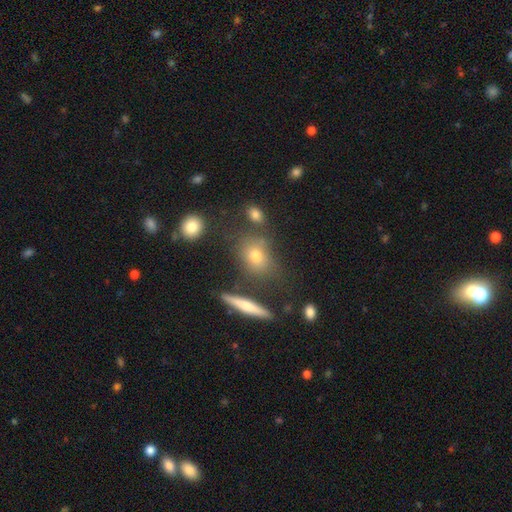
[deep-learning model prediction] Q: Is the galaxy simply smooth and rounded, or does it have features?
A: smooth — 69%.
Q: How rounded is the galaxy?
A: in between — 51%.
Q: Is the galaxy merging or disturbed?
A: none — 67%.